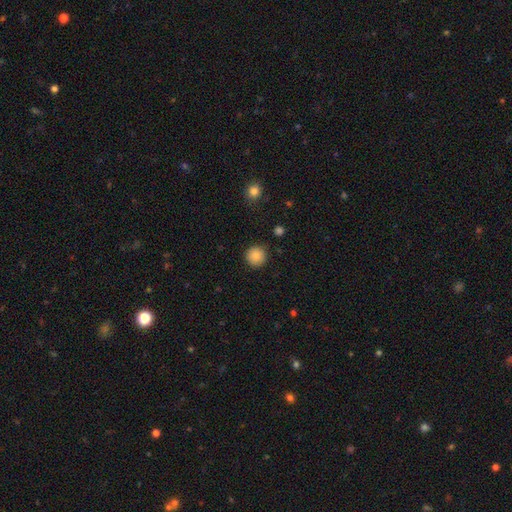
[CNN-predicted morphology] Smooth or featured? smooth (87%)
How rounded? round (95%)
Merging? none (90%)